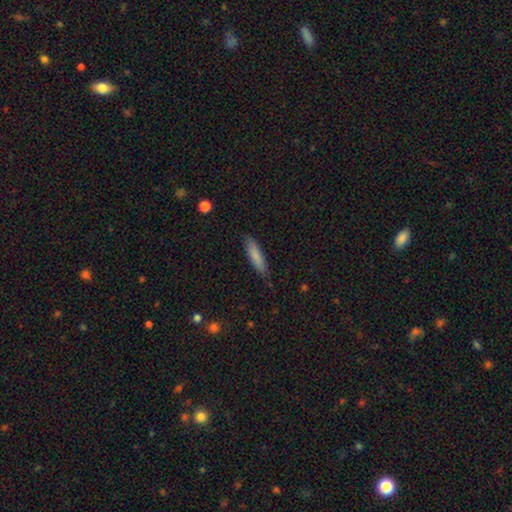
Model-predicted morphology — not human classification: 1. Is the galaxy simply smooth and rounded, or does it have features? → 81% smooth, 13% featured or disk, 6% star or artifact.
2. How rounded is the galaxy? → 76% cigar-shaped, 22% in between, 1% round.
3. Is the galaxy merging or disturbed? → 83% none, 14% minor disturbance, 2% major disturbance, 1% merger.